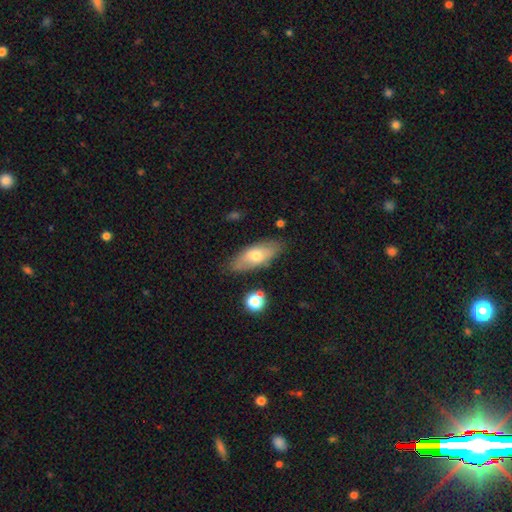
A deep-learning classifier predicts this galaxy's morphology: Smooth or featured: smooth — 62% (featured or disk — 31%)
How rounded: in between — 77% (cigar-shaped — 19%)
Merging: none — 80% (minor disturbance — 14%)